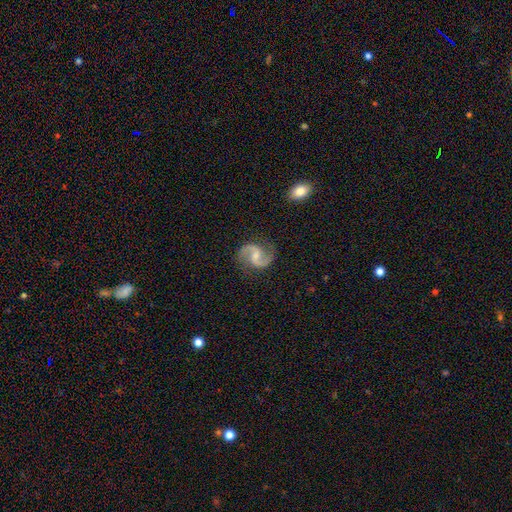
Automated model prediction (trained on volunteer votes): Morphology: type=featured or disk (92%); edge-on=no (98%); bar=weak (50%); spiral arms=yes (98%); winding=medium (51%); arm count=2 (95%); bulge=small (49%); merging=none (83%).